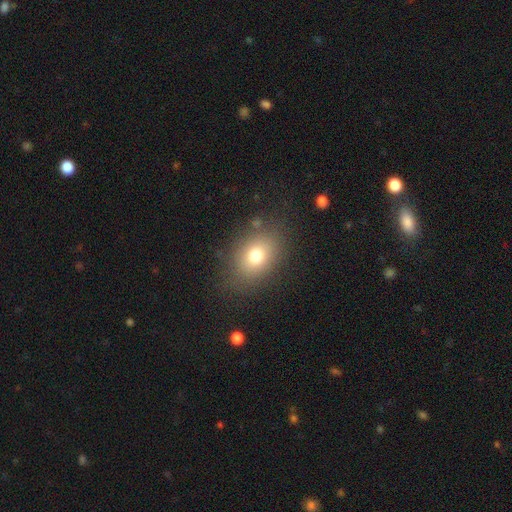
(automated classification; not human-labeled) Smooth or featured? Predicted: smooth (p=0.75). How rounded? Predicted: in between (p=0.66). Merging? Predicted: none (p=0.80).